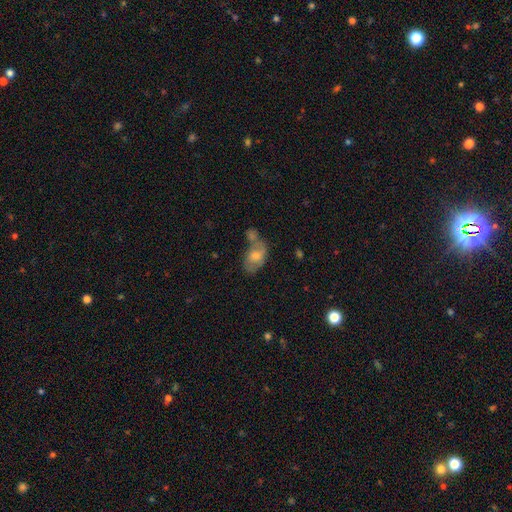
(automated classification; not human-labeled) Smooth or featured? smooth (51%)
How rounded? in between (85%)
Merging? merger (38%)